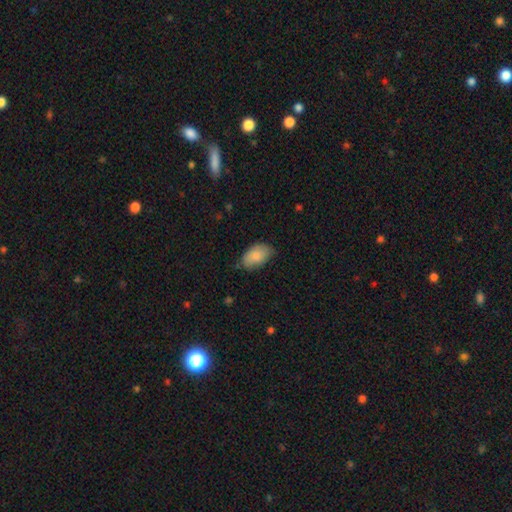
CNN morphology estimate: This appears to be a smooth galaxy with no disk features (85%) that is in between round and cigar-shaped (93%). Merging: none (68%).